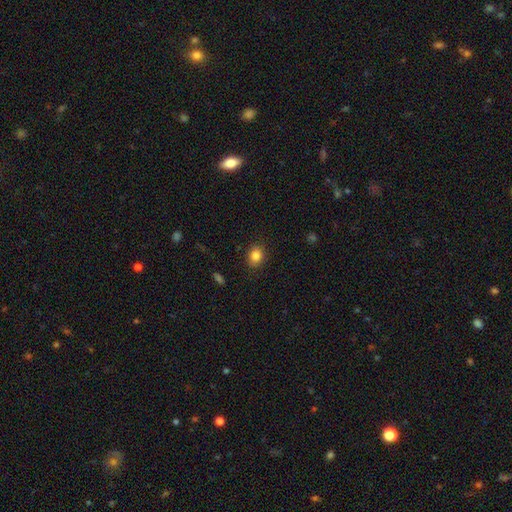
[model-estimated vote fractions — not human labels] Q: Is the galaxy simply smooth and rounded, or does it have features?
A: smooth — 84%.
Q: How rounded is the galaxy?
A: round — 50%.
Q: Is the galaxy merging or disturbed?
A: none — 87%.